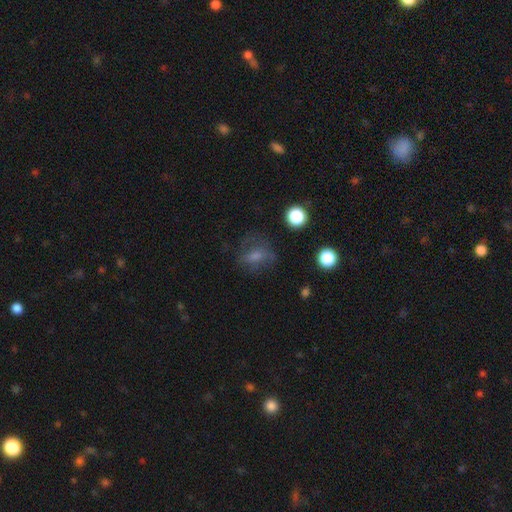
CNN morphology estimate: smooth 50%, featured or disk 28%, star or artifact 22%. Down the decision tree: merging — none (61%).